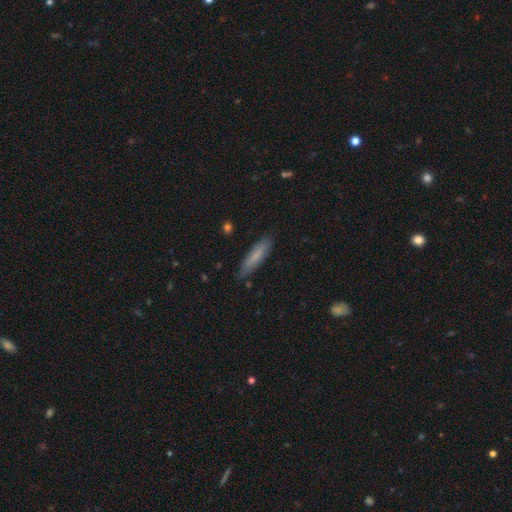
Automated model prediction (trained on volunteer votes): Q: Smooth or featured?
A: smooth (74%); runner-up: featured or disk (19%)
Q: How rounded?
A: cigar-shaped (81%); runner-up: in between (18%)
Q: Merging?
A: none (83%); runner-up: minor disturbance (13%)